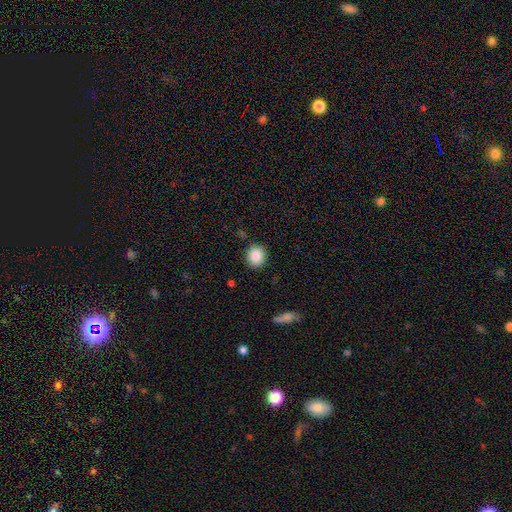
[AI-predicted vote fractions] smooth-or-featured: smooth: 88% | star or artifact: 8% | featured or disk: 4%
  how-rounded: round: 83% | in between: 16% | cigar-shaped: 1%
  merging: none: 89% | minor disturbance: 7% | major disturbance: 2% | merger: 2%